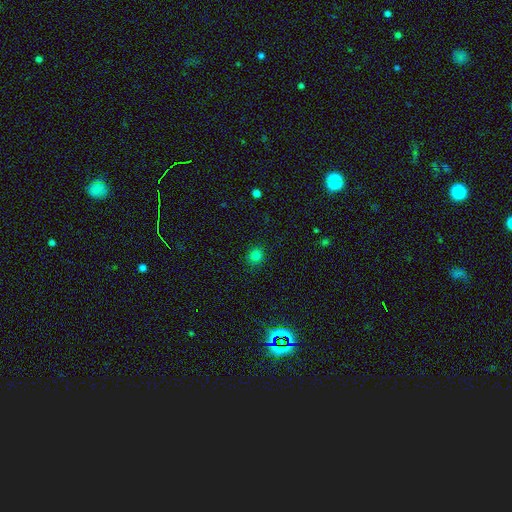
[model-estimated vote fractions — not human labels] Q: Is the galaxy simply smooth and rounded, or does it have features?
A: smooth — 79%.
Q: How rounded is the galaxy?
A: round — 81%.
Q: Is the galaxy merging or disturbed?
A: none — 89%.